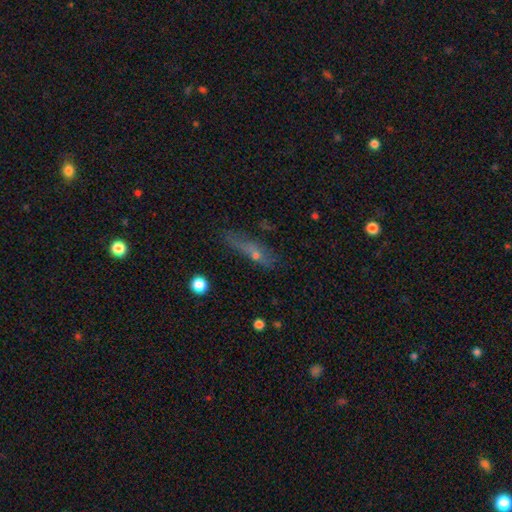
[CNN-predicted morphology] smooth_or_featured: smooth (p=0.47) [alt: featured or disk p=0.38]
merging: none (p=0.57) [alt: minor disturbance p=0.24]